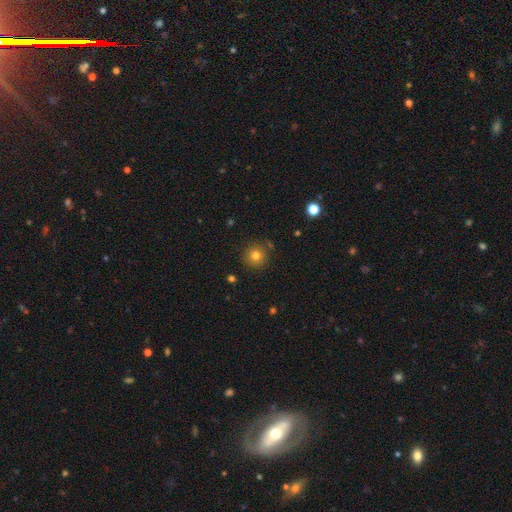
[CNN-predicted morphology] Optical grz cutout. It shows a smooth galaxy with no disk features (79%) that is round (95%). Merging: none (86%).